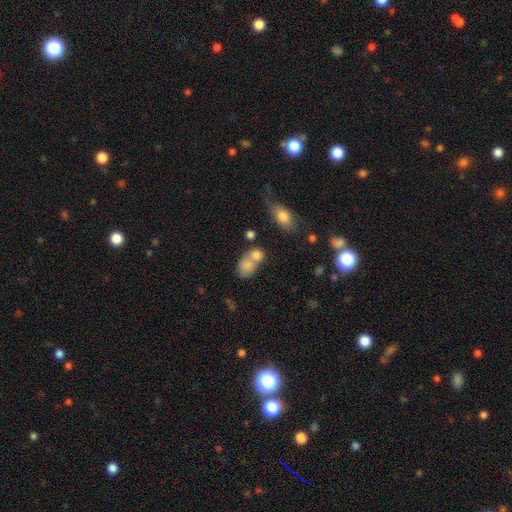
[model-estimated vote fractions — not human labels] This is likely a smooth galaxy (78%). How rounded: likely in between (62%). Merging: possibly merger (58%).